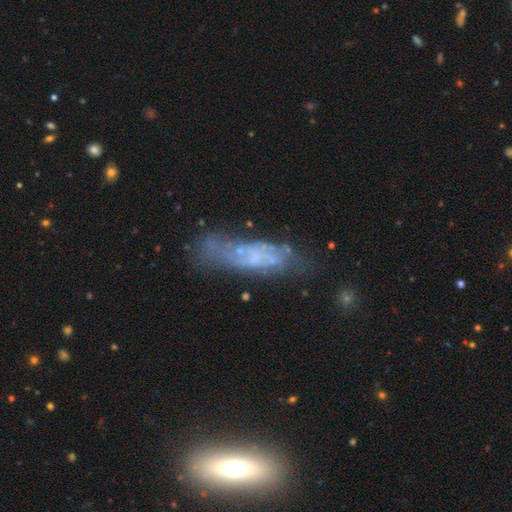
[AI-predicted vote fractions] This is possibly a featured or disk galaxy (57%). It is likely not viewed edge-on (73%). Merging: possibly none (54%).